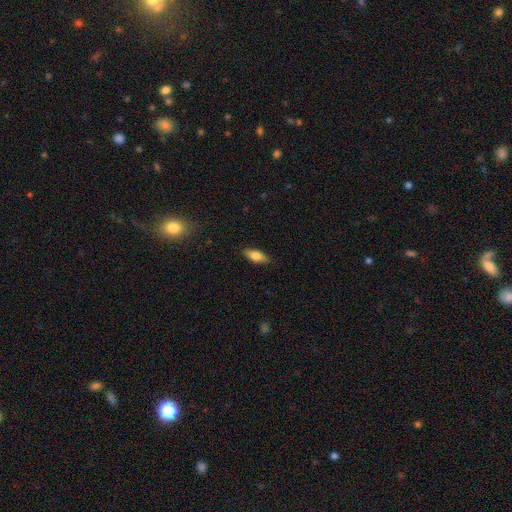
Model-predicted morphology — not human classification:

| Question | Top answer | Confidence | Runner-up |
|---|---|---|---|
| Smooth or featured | smooth | 76% | featured or disk (18%) |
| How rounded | in between | 75% | cigar-shaped (22%) |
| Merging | none | 87% | minor disturbance (10%) |